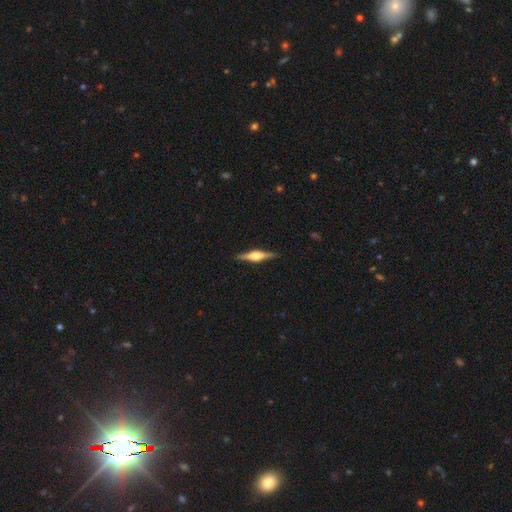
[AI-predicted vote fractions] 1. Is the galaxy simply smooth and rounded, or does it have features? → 77% featured or disk, 18% smooth, 5% star or artifact.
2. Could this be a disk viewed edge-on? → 98% yes, 2% no.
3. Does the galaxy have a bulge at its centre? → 90% rounded, 8% boxy, 2% none.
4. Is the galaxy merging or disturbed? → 91% none, 7% minor disturbance, 1% major disturbance, 1% merger.